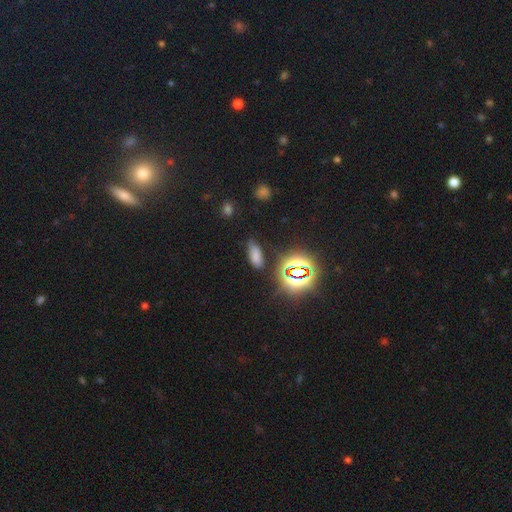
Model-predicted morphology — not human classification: Smooth or featured: smooth — 64% (star or artifact — 28%)
How rounded: in between — 81% (cigar-shaped — 14%)
Merging: none — 74% (minor disturbance — 17%)